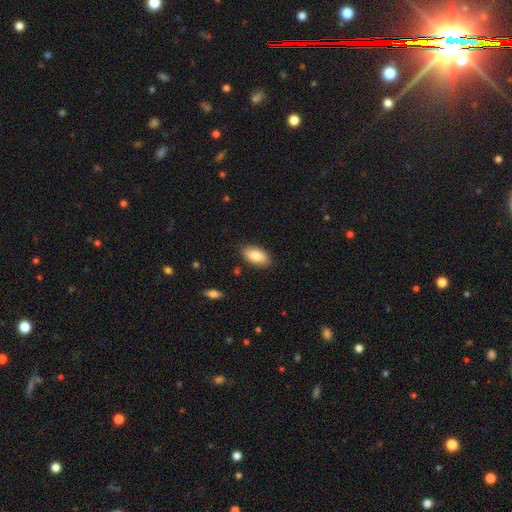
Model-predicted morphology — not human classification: Smooth or featured? Predicted: smooth (p=0.84). How rounded? Predicted: in between (p=0.93). Merging? Predicted: none (p=0.85).